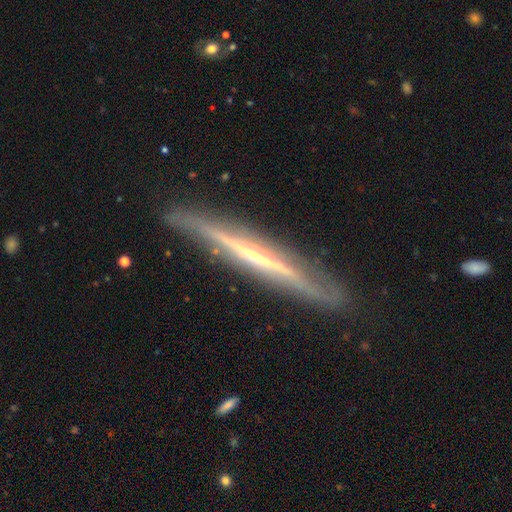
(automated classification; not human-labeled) A featured or disk galaxy (81%) viewed edge-on (95%) with no central bulge (62%). Merging: none (84%).